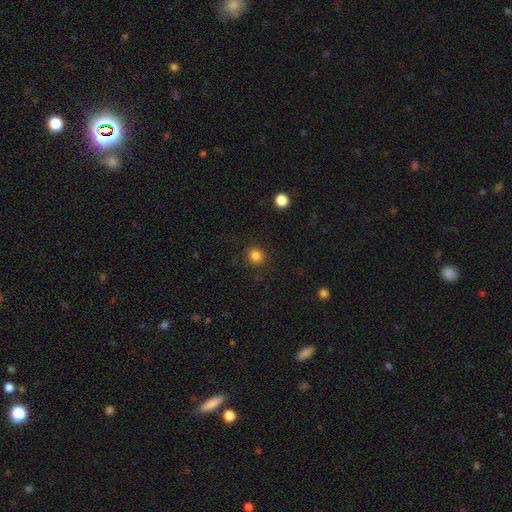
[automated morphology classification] A smooth galaxy with no disk features (84%) that is round (90%).

Vote fractions:
- Smooth or featured? smooth: 84% / star or artifact: 12% / featured or disk: 4%
- How rounded? round: 90% / in between: 9% / cigar-shaped: 1%
- Merging? none: 89% / minor disturbance: 7% / major disturbance: 3% / merger: 1%